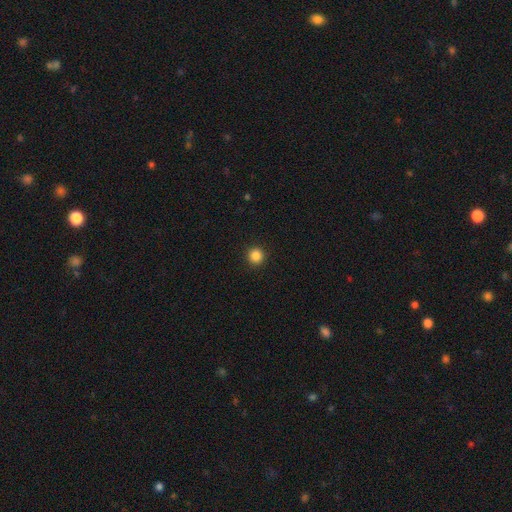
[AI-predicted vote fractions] Morphology: type=smooth (86%); roundness=round (95%); merging=none (93%).